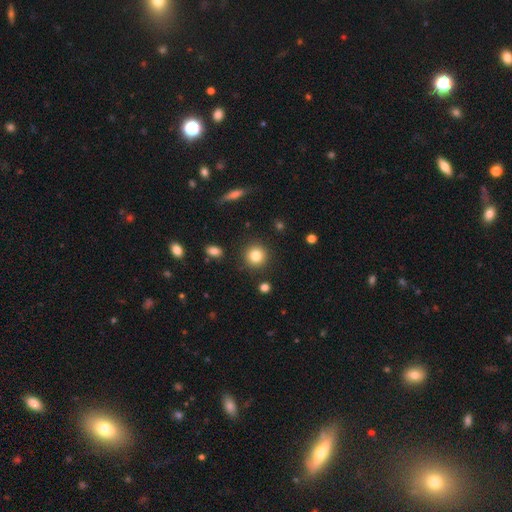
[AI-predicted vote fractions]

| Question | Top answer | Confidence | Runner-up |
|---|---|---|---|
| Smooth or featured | smooth | 82% | star or artifact (10%) |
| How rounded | round | 93% | in between (6%) |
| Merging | none | 90% | minor disturbance (6%) |